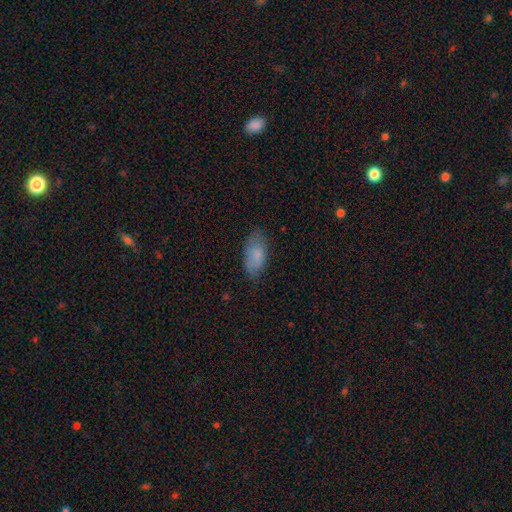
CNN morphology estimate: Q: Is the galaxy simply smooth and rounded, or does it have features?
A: smooth — 80%.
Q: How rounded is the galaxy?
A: in between — 92%.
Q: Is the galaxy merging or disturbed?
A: none — 68%.